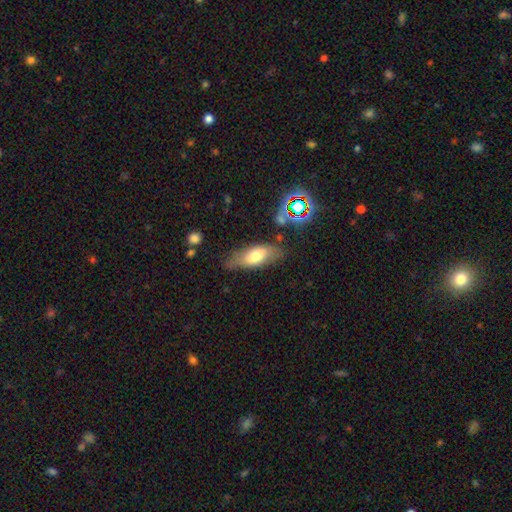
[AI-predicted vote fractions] Smooth or featured: smooth — 64% (featured or disk — 27%)
How rounded: in between — 74% (cigar-shaped — 22%)
Merging: none — 68% (minor disturbance — 22%)